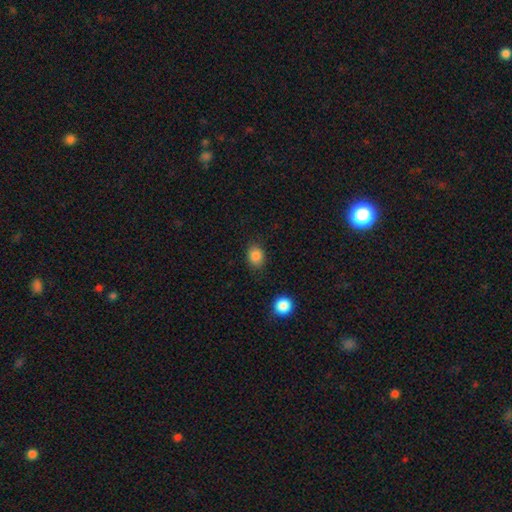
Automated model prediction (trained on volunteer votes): Smooth or featured? Predicted: smooth (p=0.86). How rounded? Predicted: in between (p=0.54). Merging? Predicted: none (p=0.85).